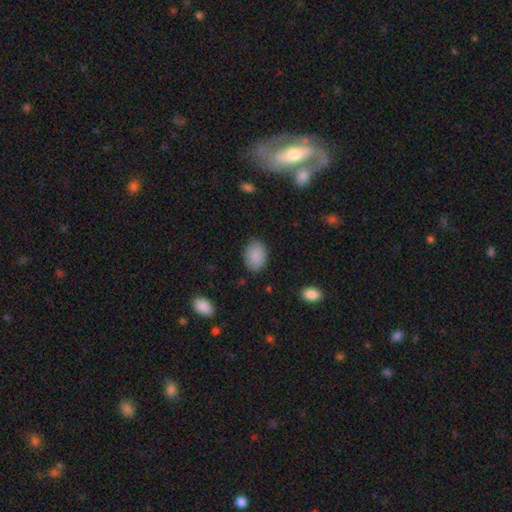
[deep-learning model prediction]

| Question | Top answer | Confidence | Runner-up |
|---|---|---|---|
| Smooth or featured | smooth | 88% | star or artifact (7%) |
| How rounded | in between | 83% | round (16%) |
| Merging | none | 85% | minor disturbance (11%) |